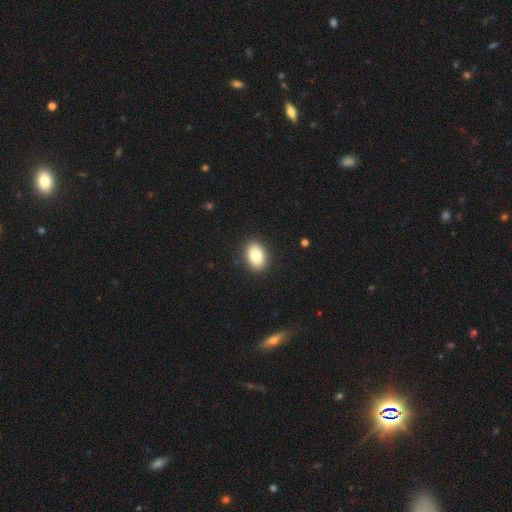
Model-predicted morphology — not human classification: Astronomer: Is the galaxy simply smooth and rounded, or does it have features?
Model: smooth — 82%.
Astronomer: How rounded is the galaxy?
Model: in between — 80%.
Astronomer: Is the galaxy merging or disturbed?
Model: none — 90%.